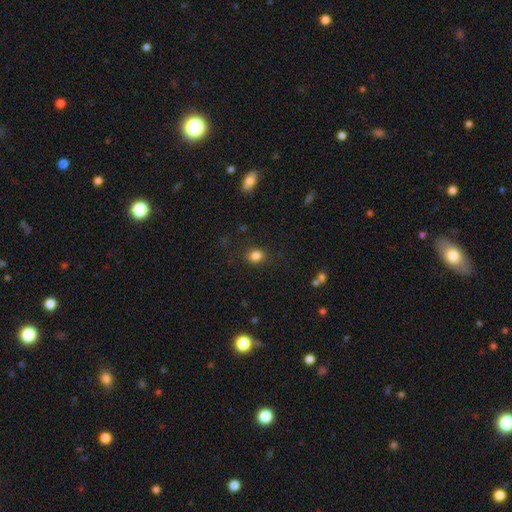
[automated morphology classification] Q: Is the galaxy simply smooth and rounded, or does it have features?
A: smooth — 84%.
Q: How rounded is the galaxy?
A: round — 61%.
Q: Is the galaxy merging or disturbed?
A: none — 86%.